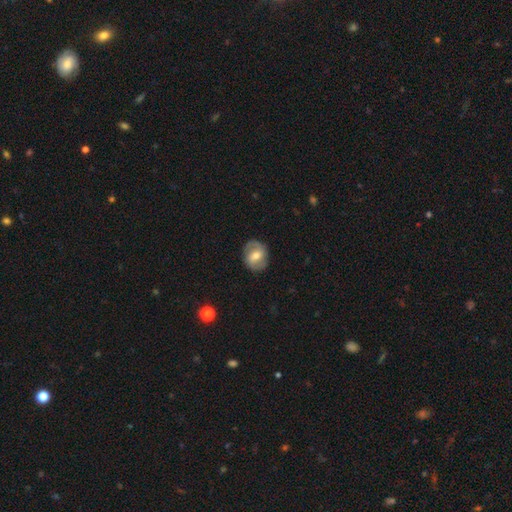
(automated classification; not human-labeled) smooth-or-featured: featured or disk: 55% | smooth: 38% | star or artifact: 7%
  disk-edge-on: no: 96% | yes: 4%
    bar: weak: 48% | no: 29% | strong: 23%
    has-spiral-arms: yes: 76% | no: 24%
    bulge-size: moderate: 66% | small: 23% | large: 8% | none: 2% | dominant: 1%
  merging: none: 82% | minor disturbance: 13% | major disturbance: 4% | merger: 1%